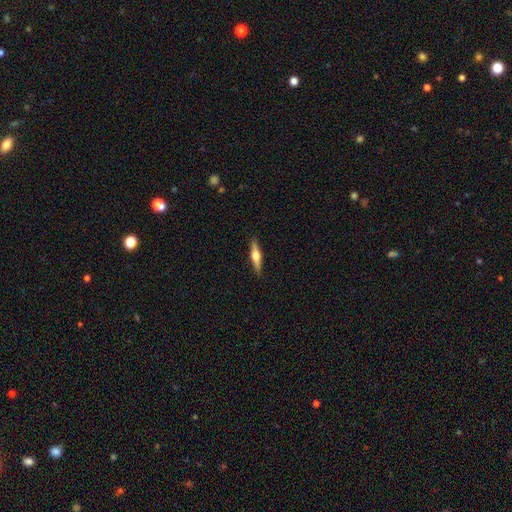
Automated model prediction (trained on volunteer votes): Smooth or featured? featured or disk (62%)
Edge-on disk? yes (97%)
Edge-on bulge? rounded (95%)
Merging? none (90%)